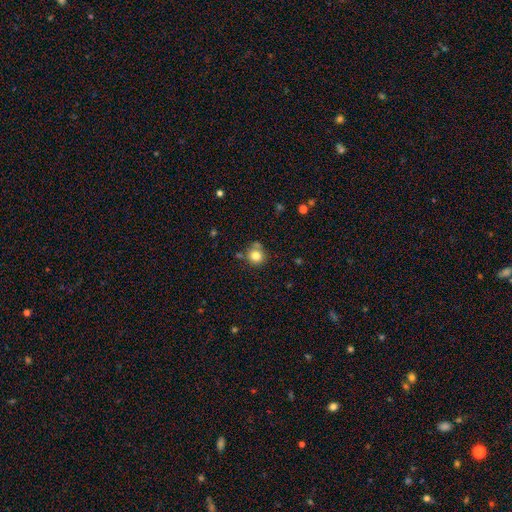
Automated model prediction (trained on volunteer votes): Smooth or featured?
  - smooth: 81% *
  - star or artifact: 11%
  - featured or disk: 8%
How rounded?
  - round: 90% *
  - in between: 9%
  - cigar-shaped: 1%
Merging?
  - none: 71% *
  - minor disturbance: 14%
  - merger: 11%
  - major disturbance: 4%